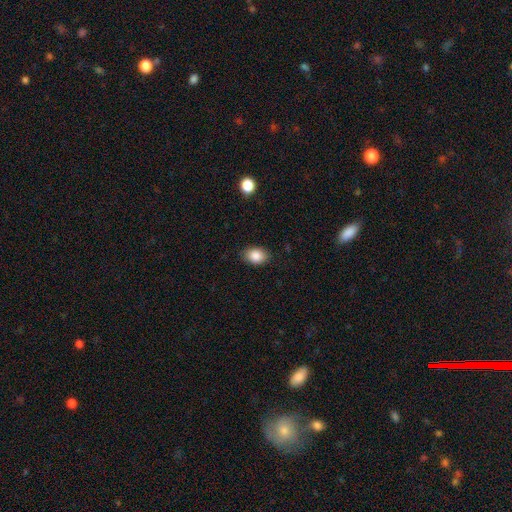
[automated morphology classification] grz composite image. It shows a smooth galaxy with no disk features (87%) that is in between round and cigar-shaped (75%). Merging: none (86%).